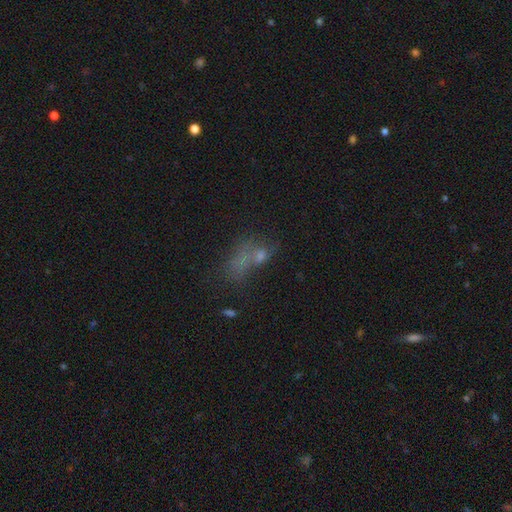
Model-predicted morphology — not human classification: A smooth galaxy with no disk features (52%) that is in between round and cigar-shaped (68%). Merging: merger (34%).